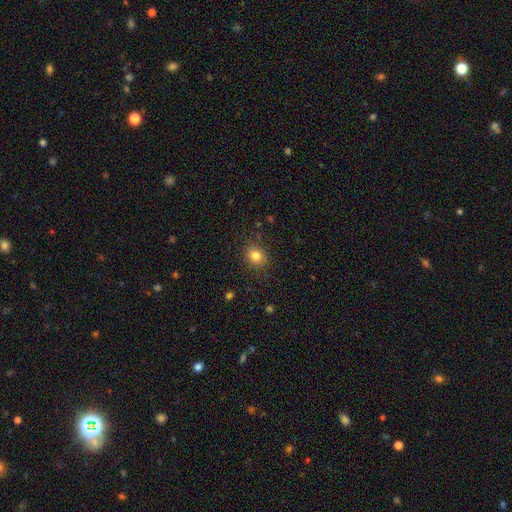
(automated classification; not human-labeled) Smooth or featured?
  - smooth: 82% *
  - star or artifact: 12%
  - featured or disk: 7%
How rounded?
  - round: 70% *
  - in between: 29%
  - cigar-shaped: 1%
Merging?
  - none: 86% *
  - minor disturbance: 10%
  - major disturbance: 3%
  - merger: 1%